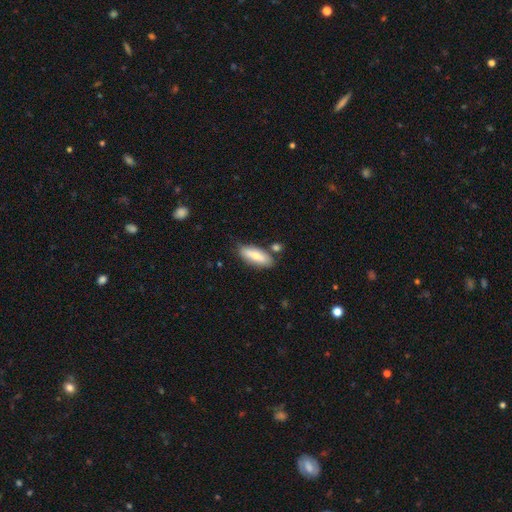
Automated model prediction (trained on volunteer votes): This appears to be a smooth galaxy with no disk features (71%) that is in between round and cigar-shaped (67%). Merging: none (75%).